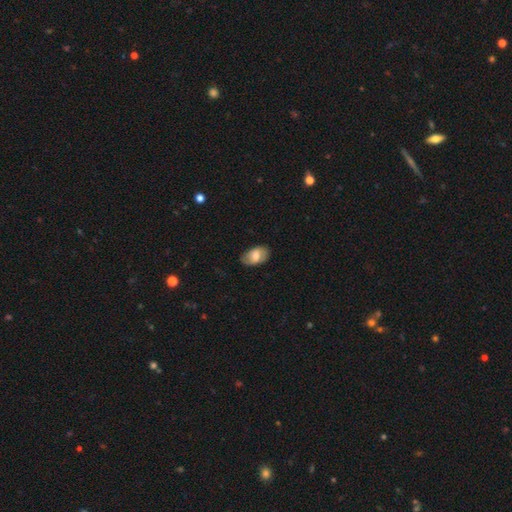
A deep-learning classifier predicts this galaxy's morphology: The model was most divided on "smooth or featured": smooth: 62%, featured or disk: 31%, star or artifact: 7%. More confident: how rounded — in between (91%); merging — none (78%).